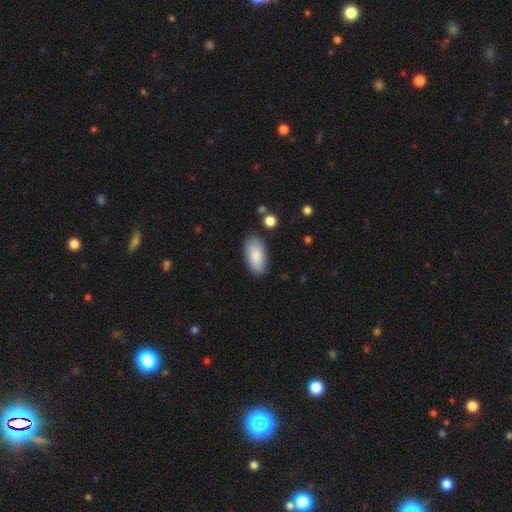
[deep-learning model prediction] This is clearly a smooth galaxy (85%). How rounded: clearly in between (93%). Merging: clearly none (83%).